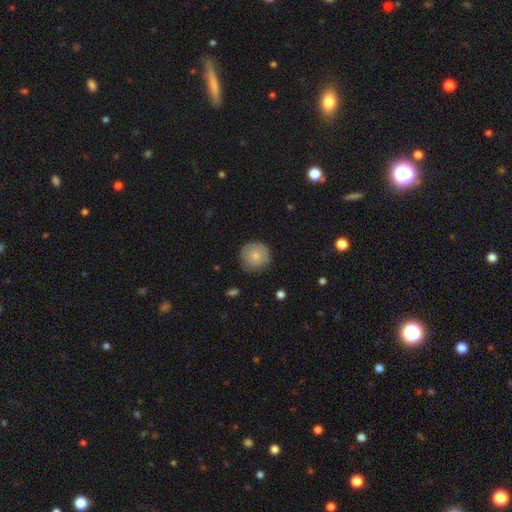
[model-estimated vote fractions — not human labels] Smooth or featured? smooth (68%)
How rounded? round (92%)
Merging? none (73%)